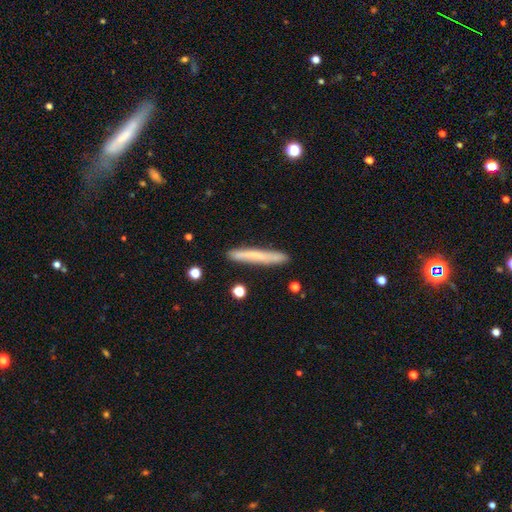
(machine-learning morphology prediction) smooth 62%, featured or disk 31%, star or artifact 7%. Down the decision tree: how rounded — cigar-shaped (96%); merging — none (87%).